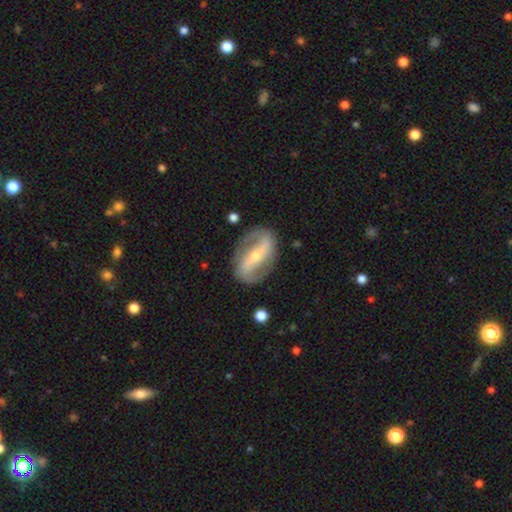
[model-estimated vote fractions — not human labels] Smooth or featured: featured or disk — 86% (smooth — 10%)
Edge-on disk: no — 95% (yes — 5%)
Bar: strong — 68% (weak — 18%)
Spiral arms: yes — 87% (no — 13%)
Spiral winding: medium — 41% (loose — 35%)
Spiral arm count: 2 — 91% (can't tell — 4%)
Bulge size: small — 62% (moderate — 34%)
Merging: none — 83% (minor disturbance — 11%)